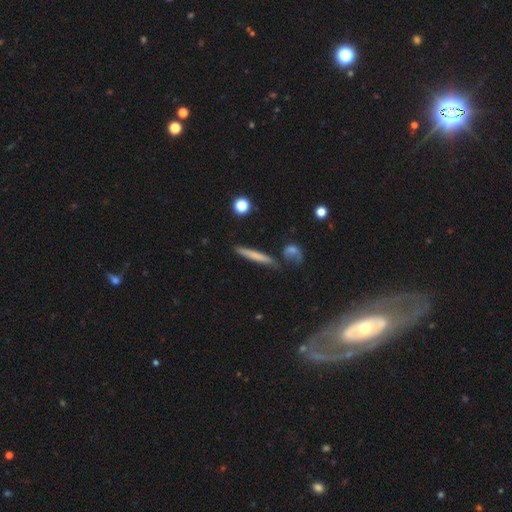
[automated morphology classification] Smooth or featured? smooth (65%)
How rounded? cigar-shaped (93%)
Merging? none (77%)